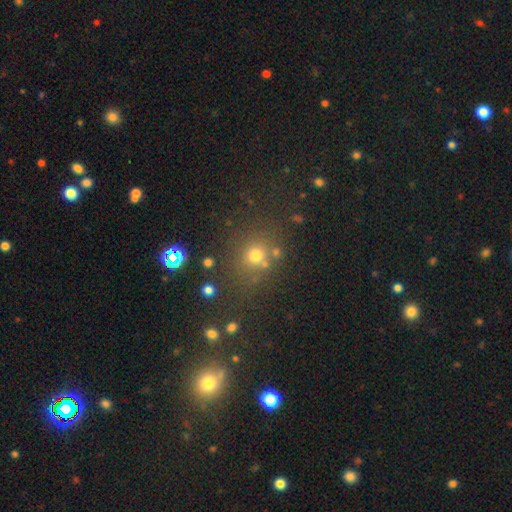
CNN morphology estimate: type=smooth (68%); roundness=round (87%); merging=none (75%).